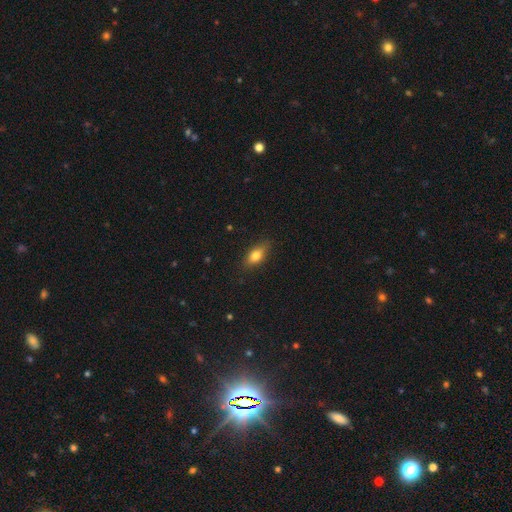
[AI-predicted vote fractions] Smooth or featured? Predicted: smooth (p=0.76). How rounded? Predicted: in between (p=0.81). Merging? Predicted: none (p=0.83).